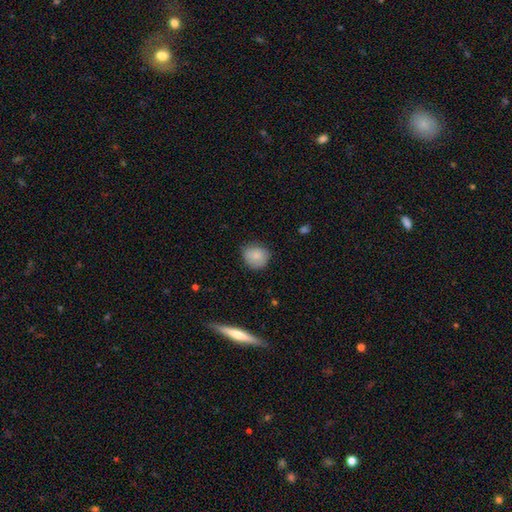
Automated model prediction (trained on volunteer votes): This appears to be a smooth galaxy with no disk features (81%) that is round (80%). Merging: none (74%).